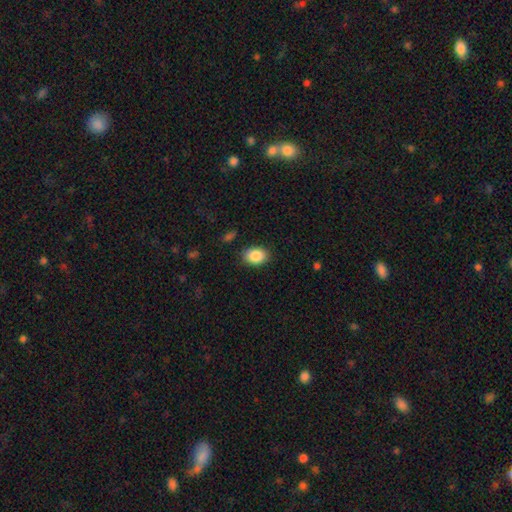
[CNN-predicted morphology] A smooth galaxy with no disk features (88%) that is in between round and cigar-shaped (74%).

Vote fractions:
- Smooth or featured? smooth: 88% / star or artifact: 8% / featured or disk: 5%
- How rounded? in between: 74% / round: 25% / cigar-shaped: 1%
- Merging? none: 86% / minor disturbance: 10% / major disturbance: 3% / merger: 1%